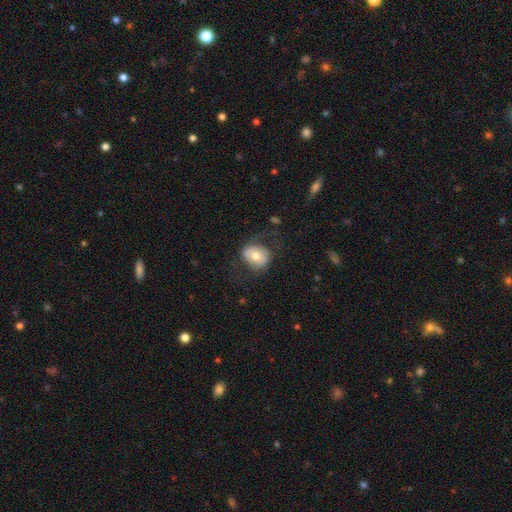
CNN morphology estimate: smooth 55%, featured or disk 37%, star or artifact 8%. Down the decision tree: how rounded — round (51%); merging — none (60%).